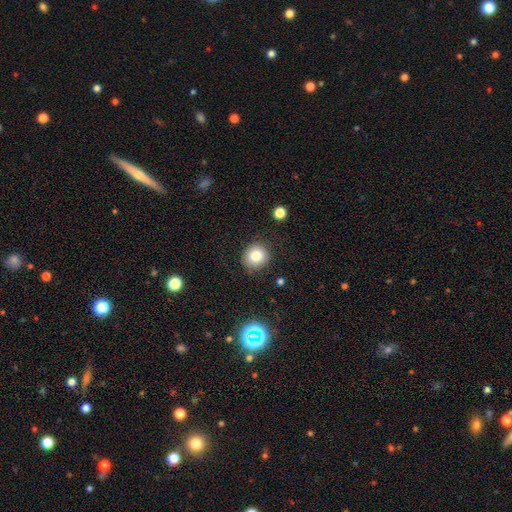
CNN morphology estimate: Overall: smooth (81%). How rounded: round (86%). Merging: none (85%).